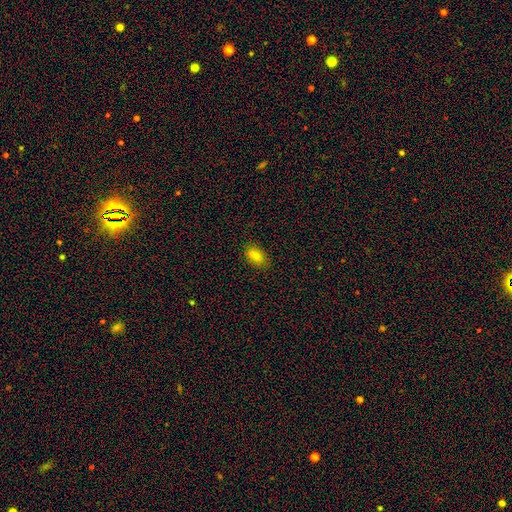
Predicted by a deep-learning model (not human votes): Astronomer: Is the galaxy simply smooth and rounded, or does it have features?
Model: smooth — 81%.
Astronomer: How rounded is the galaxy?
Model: in between — 87%.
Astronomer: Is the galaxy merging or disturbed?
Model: none — 84%.